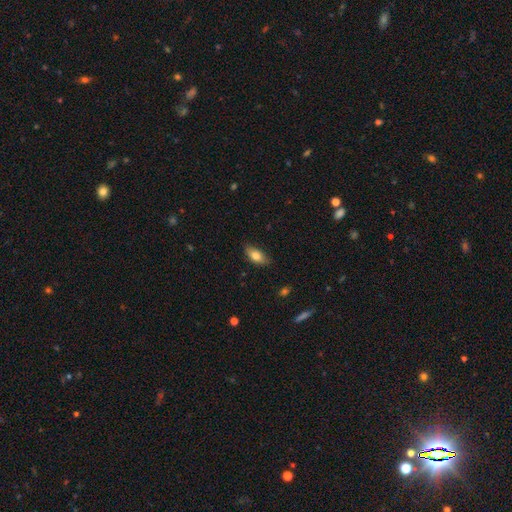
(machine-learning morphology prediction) The model was most divided on "smooth or featured": smooth: 78%, featured or disk: 16%, star or artifact: 7%. More confident: how rounded — in between (84%); merging — none (81%).